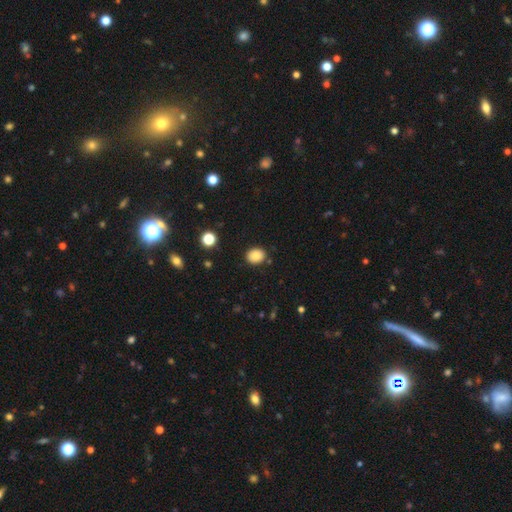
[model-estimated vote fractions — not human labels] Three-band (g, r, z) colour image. It shows a smooth galaxy with no disk features (86%) that is round (58%). Merging: none (86%).